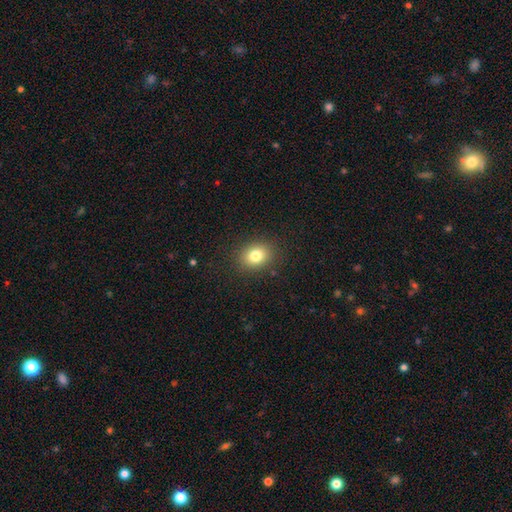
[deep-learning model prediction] Smooth or featured?
  - smooth: 81% *
  - star or artifact: 11%
  - featured or disk: 8%
How rounded?
  - in between: 52% *
  - round: 47%
  - cigar-shaped: 1%
Merging?
  - none: 88% *
  - minor disturbance: 8%
  - major disturbance: 3%
  - merger: 1%